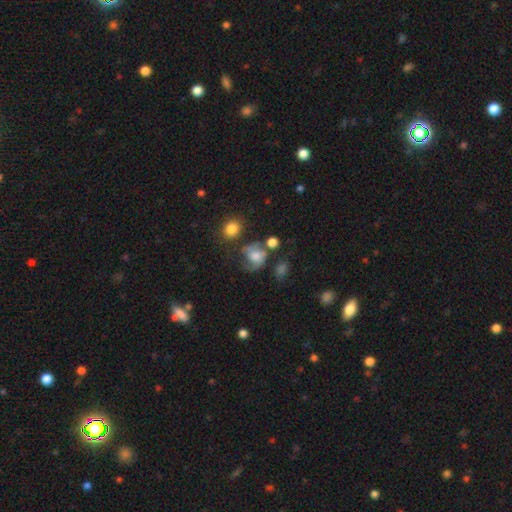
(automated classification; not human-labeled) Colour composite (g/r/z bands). It shows a smooth galaxy with no disk features (49%). Merging: none (38%).